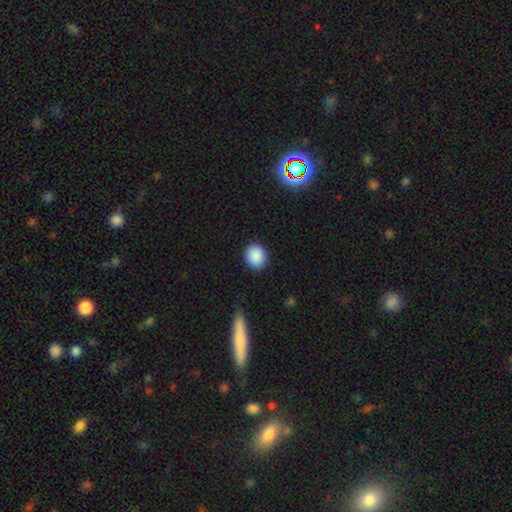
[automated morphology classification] smooth 89%, star or artifact 8%, featured or disk 3%. Down the decision tree: how rounded — round (76%); merging — none (88%).